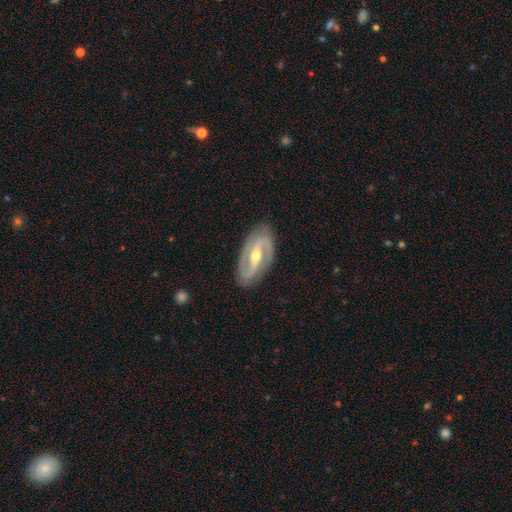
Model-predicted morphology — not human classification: The model was most divided on "spiral winding": medium: 48%, tight: 31%, loose: 22%. More confident: spiral arms — yes (96%); edge-on disk — no (95%); spiral arm count — 2 (93%); smooth or featured — featured or disk (90%); merging — none (86%); bulge size — moderate (58%); bar — strong (57%).